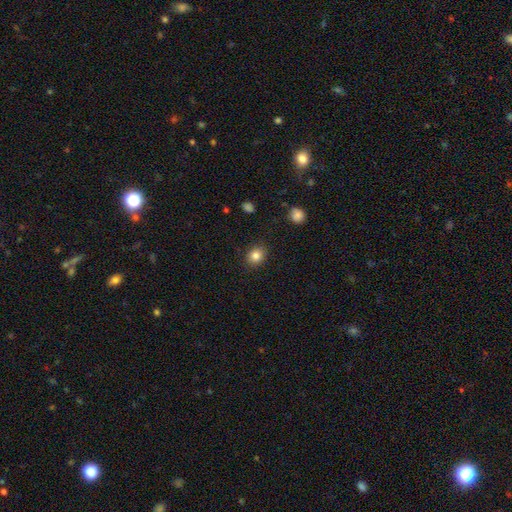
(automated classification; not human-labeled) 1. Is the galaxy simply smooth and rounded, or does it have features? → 83% smooth, 11% star or artifact, 6% featured or disk.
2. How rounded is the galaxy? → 67% round, 32% in between, 1% cigar-shaped.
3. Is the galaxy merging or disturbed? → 88% none, 8% minor disturbance, 2% major disturbance, 1% merger.